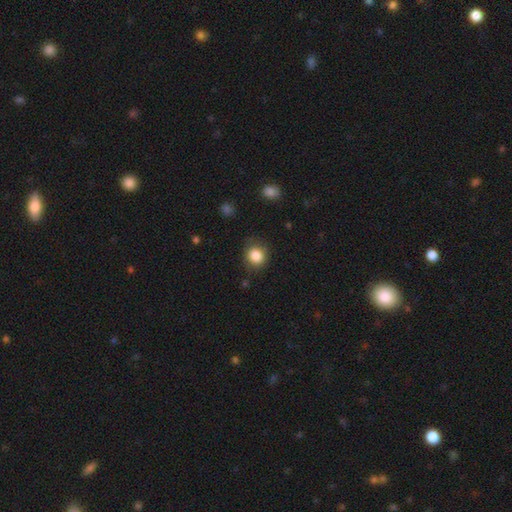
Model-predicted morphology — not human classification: smooth-or-featured: smooth: 85% | star or artifact: 10% | featured or disk: 5%
  how-rounded: round: 78% | in between: 22% | cigar-shaped: 1%
  merging: none: 77% | minor disturbance: 16% | major disturbance: 5% | merger: 2%